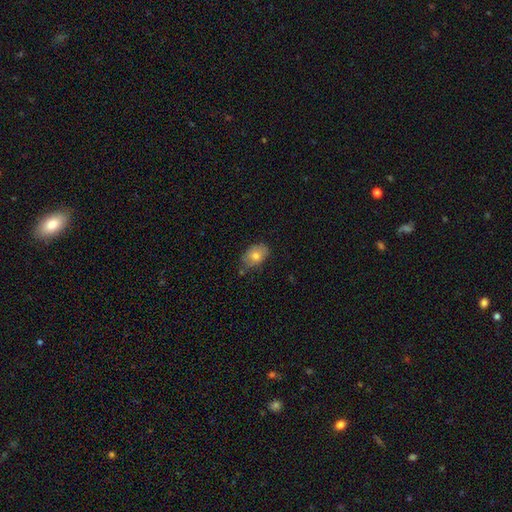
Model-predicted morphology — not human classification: A smooth galaxy with no disk features (76%) that is in between round and cigar-shaped (84%). Merging: none (61%).